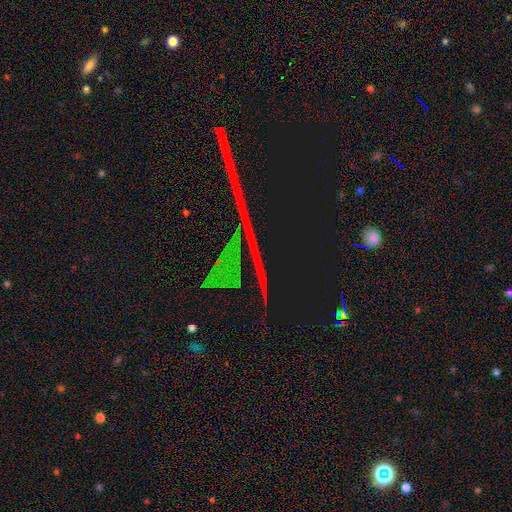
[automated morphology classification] star or artifact 82%, featured or disk 9%, smooth 8%.